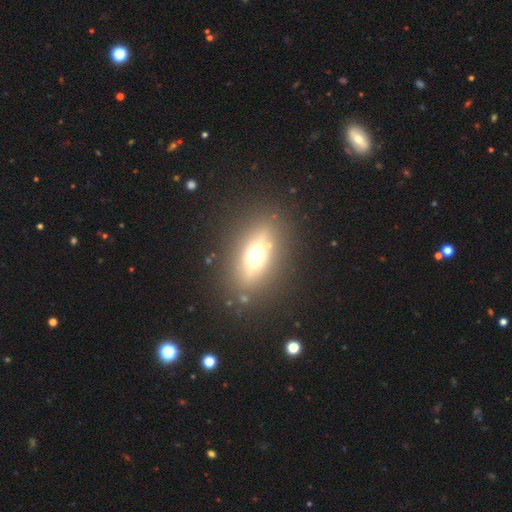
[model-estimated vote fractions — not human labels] featured or disk 51%, smooth 34%, star or artifact 15%. Down the decision tree: edge-on disk — yes (78%); merging — none (86%).